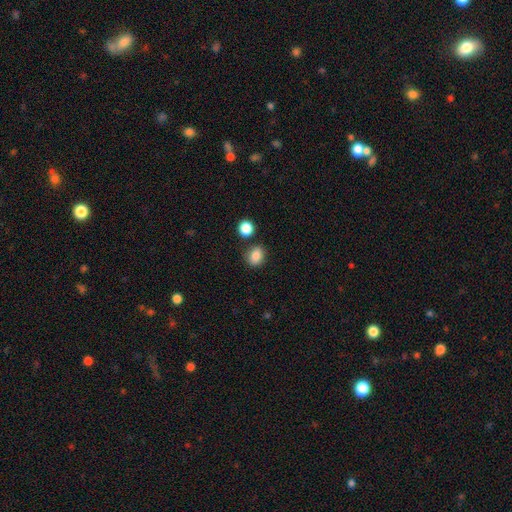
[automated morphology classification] Smooth or featured?
  - smooth: 86% *
  - star or artifact: 10%
  - featured or disk: 5%
How rounded?
  - round: 55% *
  - in between: 44%
  - cigar-shaped: 1%
Merging?
  - none: 78% *
  - minor disturbance: 11%
  - merger: 7%
  - major disturbance: 3%